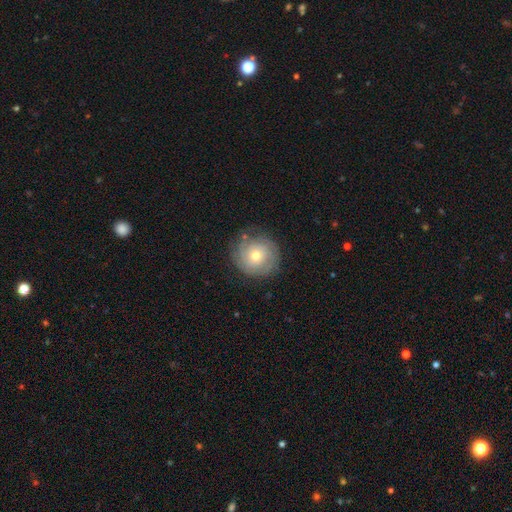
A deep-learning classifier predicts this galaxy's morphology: type=featured or disk (64%); edge-on=no (97%); bar=no (81%); spiral arms=yes (85%); winding=tight (76%); arm count=can't tell (43%); bulge=moderate (58%); merging=none (81%).